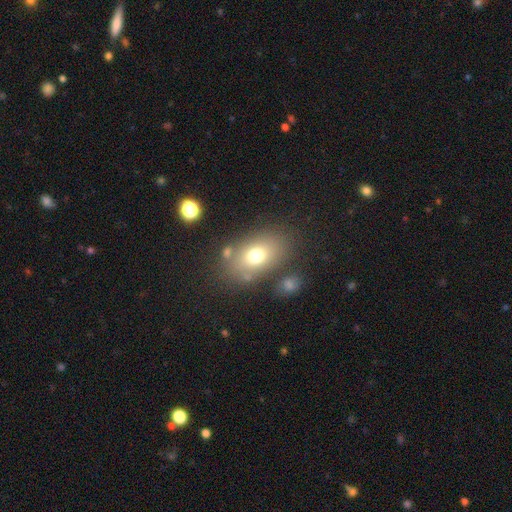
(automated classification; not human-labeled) This is likely a smooth galaxy (72%). How rounded: clearly in between (81%). Merging: likely none (73%).